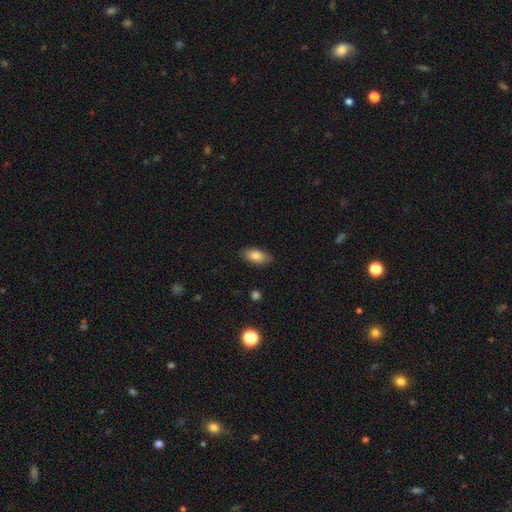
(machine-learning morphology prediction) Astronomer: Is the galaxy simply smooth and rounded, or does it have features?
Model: smooth — 84%.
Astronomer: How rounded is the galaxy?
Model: in between — 91%.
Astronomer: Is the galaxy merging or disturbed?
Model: none — 87%.